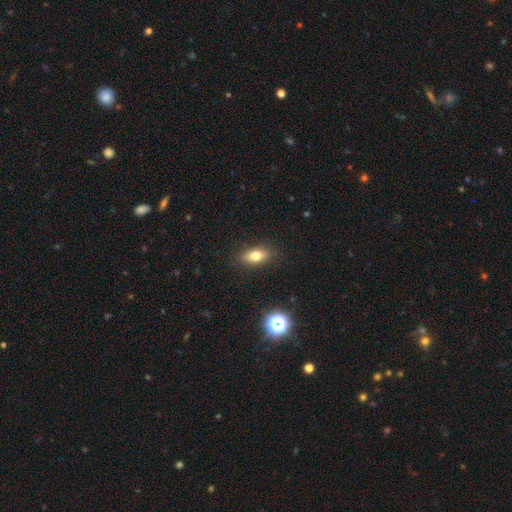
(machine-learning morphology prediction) This is likely a smooth galaxy (76%). How rounded: clearly in between (81%). Merging: clearly none (88%).